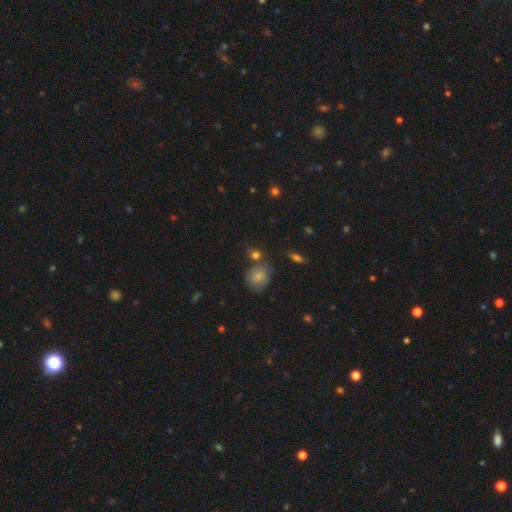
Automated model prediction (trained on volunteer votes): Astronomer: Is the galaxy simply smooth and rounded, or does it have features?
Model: smooth — 65%.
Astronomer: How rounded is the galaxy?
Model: round — 65%.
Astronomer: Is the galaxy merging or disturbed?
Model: none — 65%.